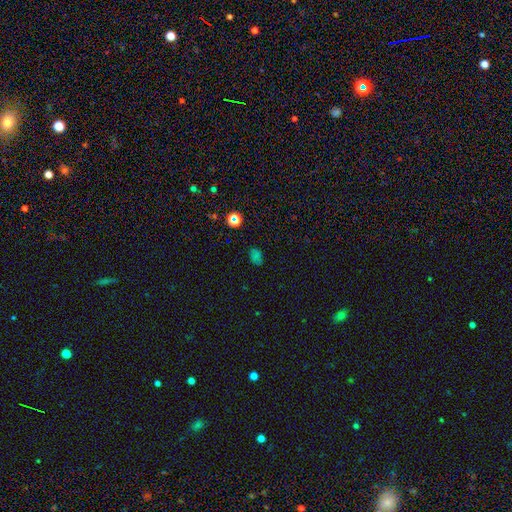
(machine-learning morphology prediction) Smooth or featured: smooth — 53% (star or artifact — 39%)
How rounded: in between — 66% (round — 32%)
Merging: none — 77% (minor disturbance — 15%)